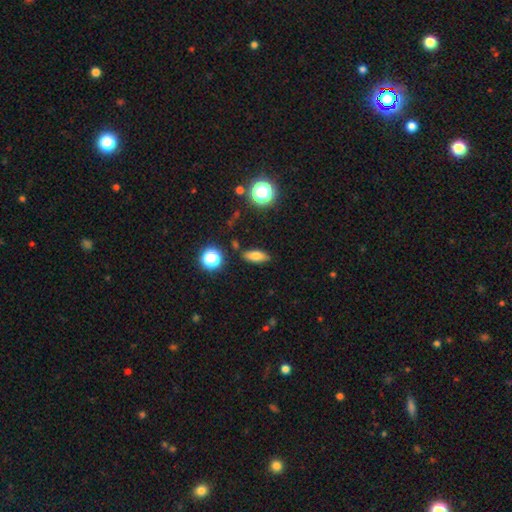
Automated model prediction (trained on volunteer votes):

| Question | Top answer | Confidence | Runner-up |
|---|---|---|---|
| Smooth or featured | smooth | 75% | featured or disk (13%) |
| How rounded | in between | 72% | cigar-shaped (20%) |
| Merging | none | 84% | minor disturbance (11%) |